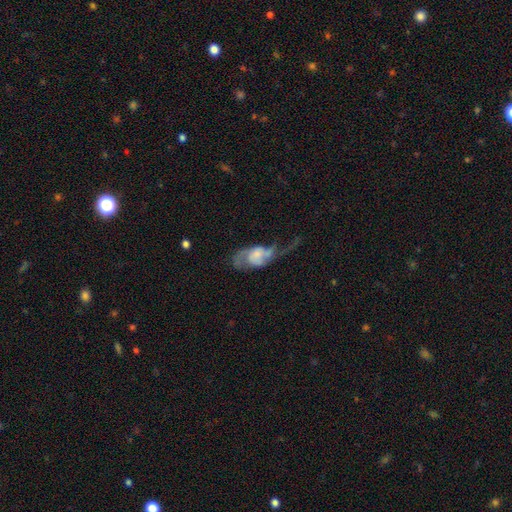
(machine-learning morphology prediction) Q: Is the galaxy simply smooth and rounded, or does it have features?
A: featured or disk — 70%.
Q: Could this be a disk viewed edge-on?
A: no — 95%.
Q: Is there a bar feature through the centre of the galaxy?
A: no — 64%.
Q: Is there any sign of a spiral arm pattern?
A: yes — 86%.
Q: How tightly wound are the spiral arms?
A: loose — 60%.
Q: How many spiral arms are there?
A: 2 — 77%.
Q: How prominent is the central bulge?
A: small — 32%.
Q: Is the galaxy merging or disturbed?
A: major disturbance — 48%.